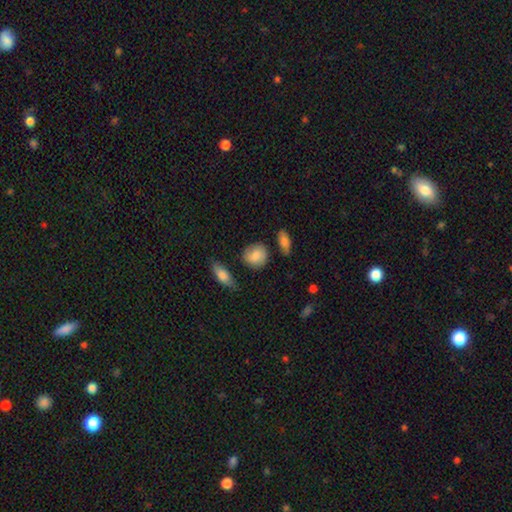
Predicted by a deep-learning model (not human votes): Smooth or featured?
  - smooth: 81% *
  - featured or disk: 12%
  - star or artifact: 7%
How rounded?
  - round: 75% *
  - in between: 22%
  - cigar-shaped: 2%
Merging?
  - none: 78% *
  - minor disturbance: 15%
  - merger: 4%
  - major disturbance: 3%